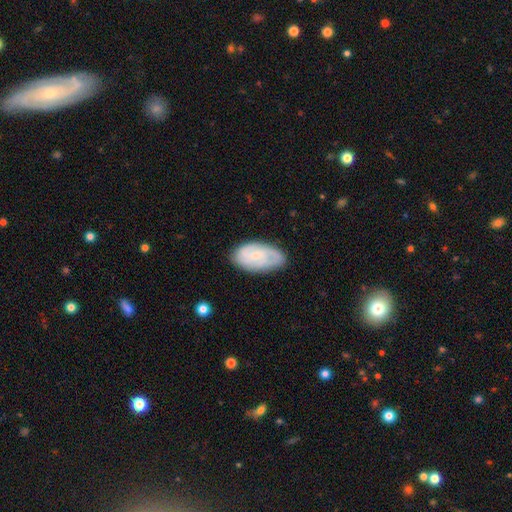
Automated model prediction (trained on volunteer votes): featured or disk 64%, smooth 30%, star or artifact 6%. Down the decision tree: edge-on disk — no (96%); bar — no (62%); spiral arms — yes (91%); spiral arm count — can't tell (32%); spiral winding — tight (52%); bulge size — small (65%); merging — none (75%).